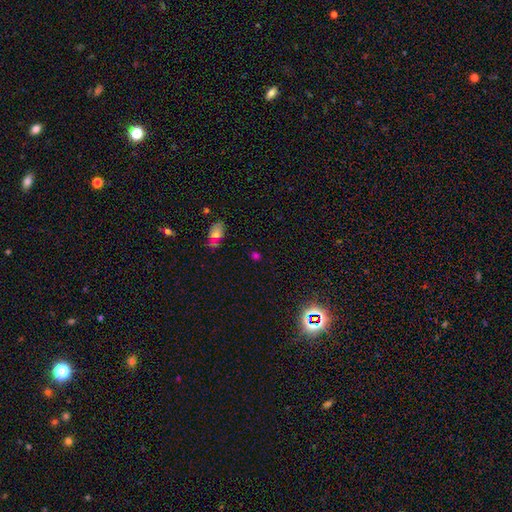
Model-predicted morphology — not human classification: Q: Smooth or featured?
A: smooth (50%); runner-up: star or artifact (42%)
Q: How rounded?
A: round (62%); runner-up: in between (34%)
Q: Merging?
A: none (73%); runner-up: minor disturbance (12%)